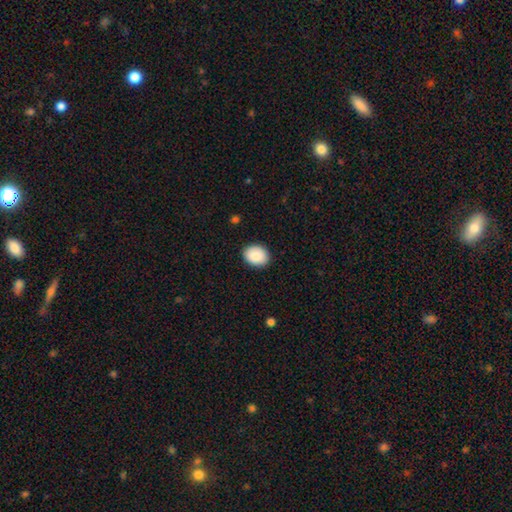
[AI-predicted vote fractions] Smooth or featured? smooth (88%)
How rounded? in between (57%)
Merging? none (88%)